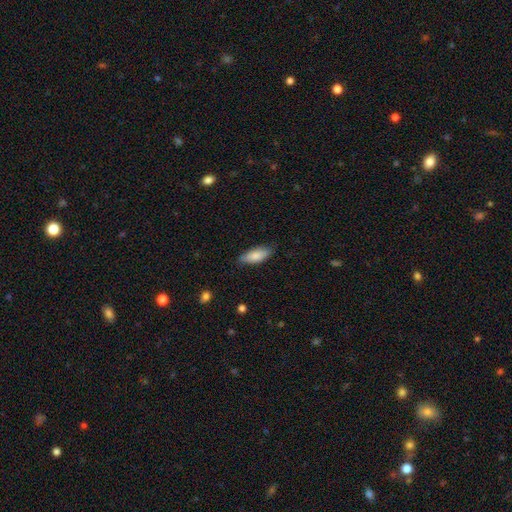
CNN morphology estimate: Smooth or featured?
  - smooth: 82% *
  - featured or disk: 12%
  - star or artifact: 6%
How rounded?
  - in between: 78% *
  - cigar-shaped: 20%
  - round: 2%
Merging?
  - none: 79% *
  - minor disturbance: 17%
  - major disturbance: 3%
  - merger: 1%